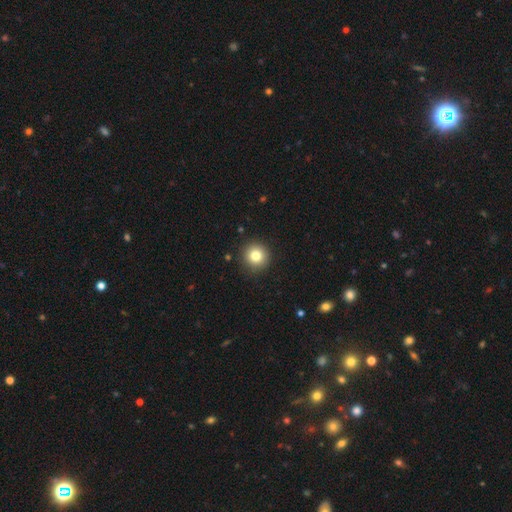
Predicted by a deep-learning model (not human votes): A smooth galaxy with no disk features (81%) that is round (95%).

Vote fractions:
- Smooth or featured? smooth: 81% / star or artifact: 11% / featured or disk: 8%
- How rounded? round: 95% / in between: 5% / cigar-shaped: 1%
- Merging? none: 90% / minor disturbance: 6% / major disturbance: 2% / merger: 1%